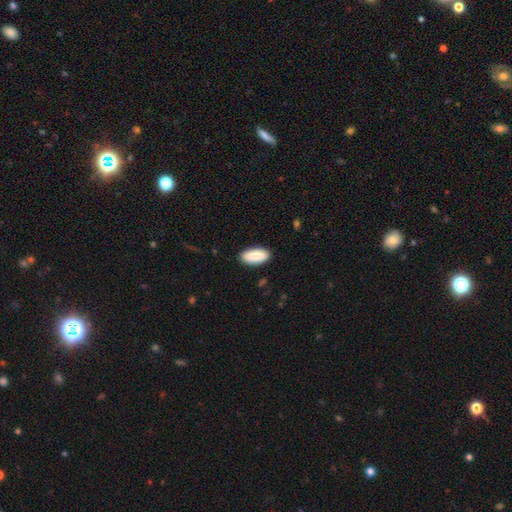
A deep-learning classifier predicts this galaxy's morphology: Smooth or featured? smooth (87%)
How rounded? in between (92%)
Merging? none (87%)